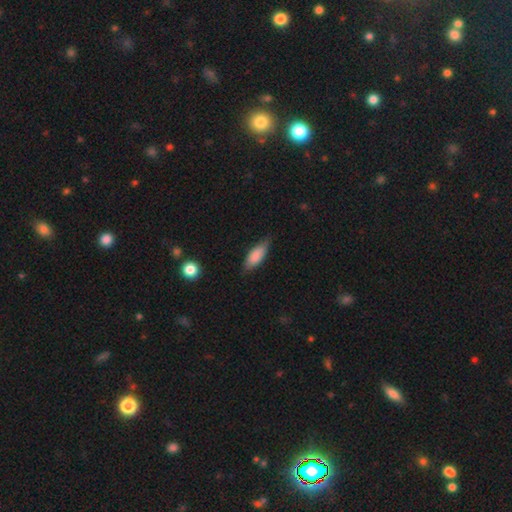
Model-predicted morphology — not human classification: Smooth or featured?
  - smooth: 81% *
  - featured or disk: 13%
  - star or artifact: 6%
How rounded?
  - in between: 72% *
  - cigar-shaped: 26%
  - round: 2%
Merging?
  - none: 70% *
  - minor disturbance: 24%
  - major disturbance: 4%
  - merger: 1%